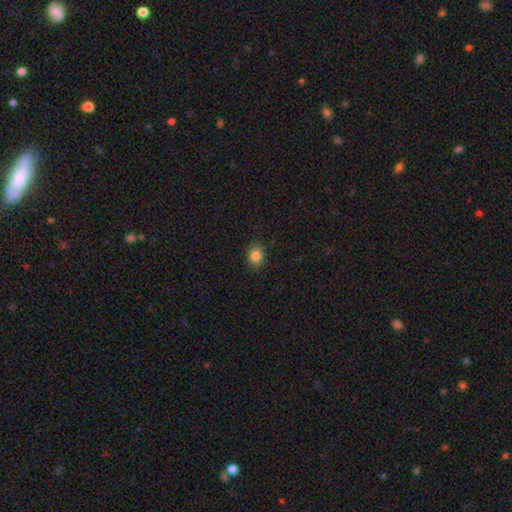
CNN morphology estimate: The model was most divided on "how rounded": in between: 51%, round: 48%, cigar-shaped: 1%. More confident: merging — none (85%); smooth or featured — smooth (84%).